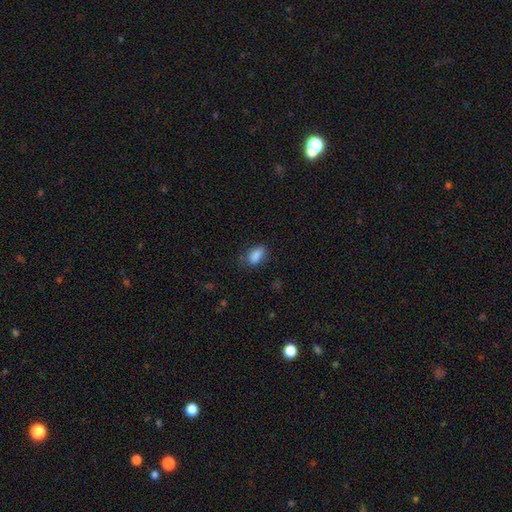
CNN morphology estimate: Smooth or featured?
  - smooth: 87% *
  - star or artifact: 9%
  - featured or disk: 5%
How rounded?
  - in between: 88% *
  - round: 6%
  - cigar-shaped: 6%
Merging?
  - none: 71% *
  - minor disturbance: 22%
  - major disturbance: 6%
  - merger: 2%